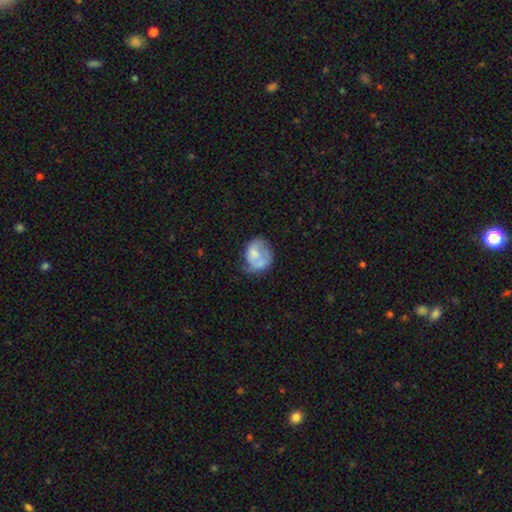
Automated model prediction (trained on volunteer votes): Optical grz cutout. It shows a smooth galaxy with no disk features (52%) that is round (57%). Merging: none (33%).